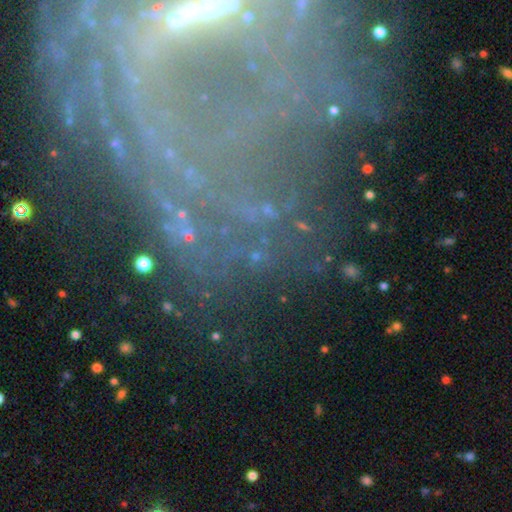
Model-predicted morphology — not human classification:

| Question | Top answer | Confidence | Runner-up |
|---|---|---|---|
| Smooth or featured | star or artifact | 43% | featured or disk (41%) |